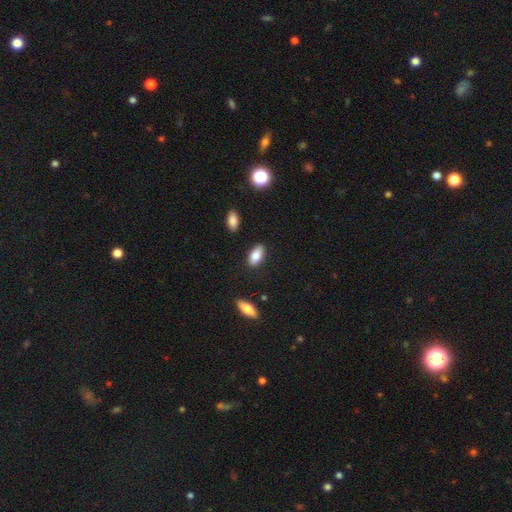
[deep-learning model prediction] Overall: smooth (83%). How rounded: in between (90%). Merging: none (85%).